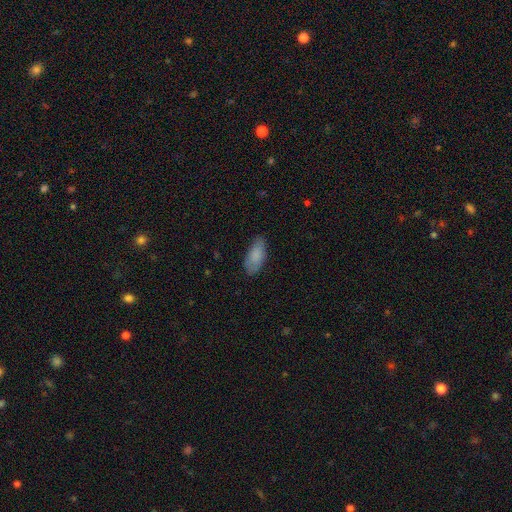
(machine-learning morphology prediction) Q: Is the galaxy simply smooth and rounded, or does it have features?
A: smooth — 86%.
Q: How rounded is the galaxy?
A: in between — 86%.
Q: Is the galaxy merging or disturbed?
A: none — 75%.